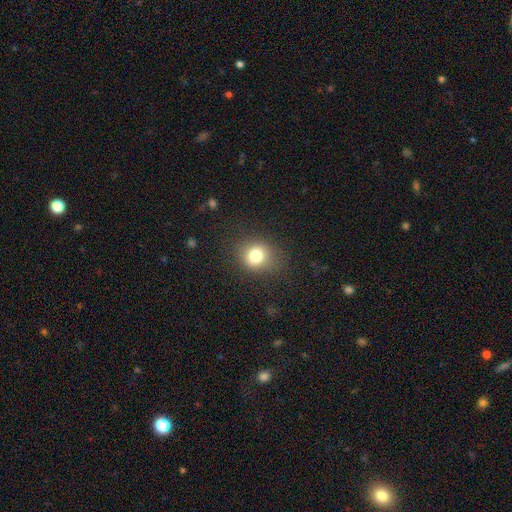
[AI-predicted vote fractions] This is likely a smooth galaxy (78%). How rounded: likely round (71%). Merging: clearly none (81%).